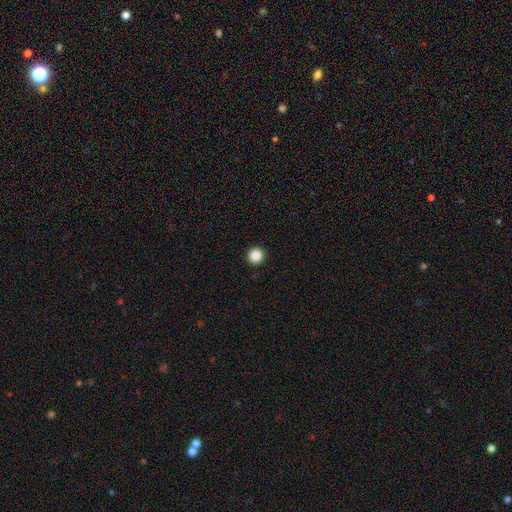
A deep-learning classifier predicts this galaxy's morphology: Smooth or featured?
  - smooth: 86% *
  - star or artifact: 10%
  - featured or disk: 3%
How rounded?
  - round: 95% *
  - in between: 4%
  - cigar-shaped: 1%
Merging?
  - none: 94% *
  - minor disturbance: 4%
  - major disturbance: 1%
  - merger: 1%